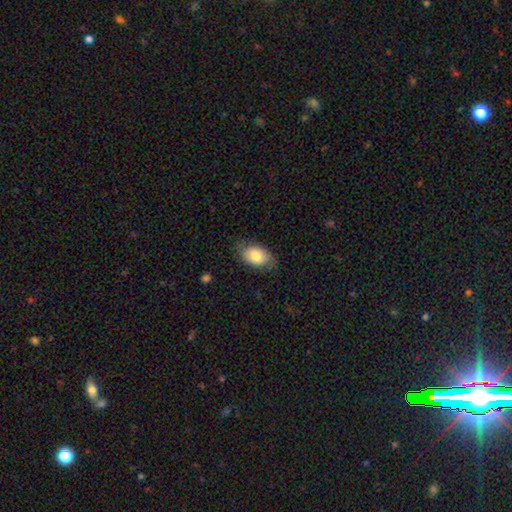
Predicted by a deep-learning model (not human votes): smooth_or_featured: smooth (p=0.77) [alt: featured or disk p=0.17]
how_rounded: in between (p=0.91) [alt: round p=0.07]
merging: none (p=0.73) [alt: minor disturbance p=0.20]